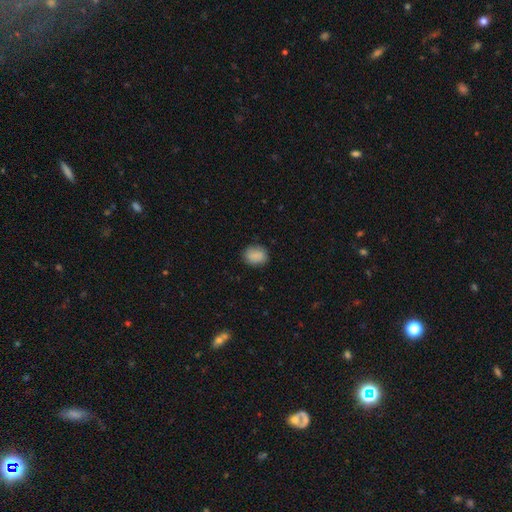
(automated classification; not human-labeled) Morphology: type=smooth (88%); roundness=in between (55%); merging=none (84%).